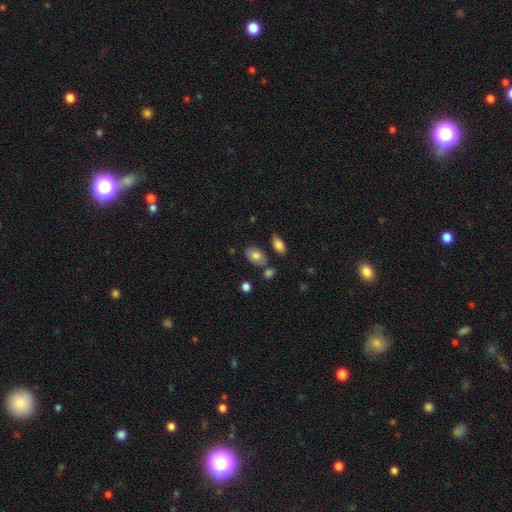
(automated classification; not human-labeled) A smooth galaxy with no disk features (79%) that is in between round and cigar-shaped (89%). Merging: none (71%).